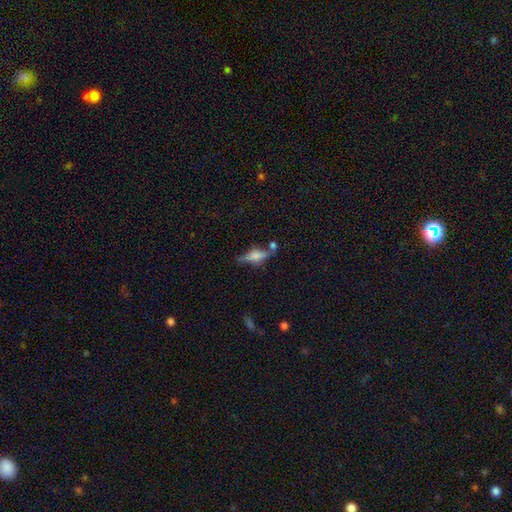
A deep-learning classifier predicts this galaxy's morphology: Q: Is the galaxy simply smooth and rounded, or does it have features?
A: featured or disk — 49%.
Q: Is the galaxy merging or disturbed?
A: none — 59%.